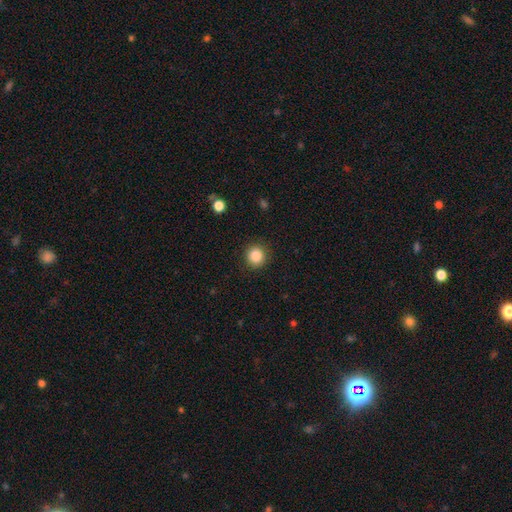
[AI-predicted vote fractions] Smooth or featured? Predicted: smooth (p=0.87). How rounded? Predicted: round (p=0.92). Merging? Predicted: none (p=0.90).